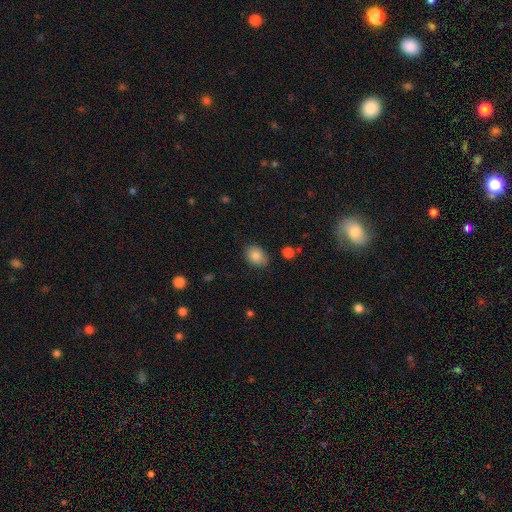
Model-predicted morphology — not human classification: Smooth or featured: smooth — 85% (star or artifact — 8%)
How rounded: in between — 64% (round — 35%)
Merging: none — 82% (minor disturbance — 14%)